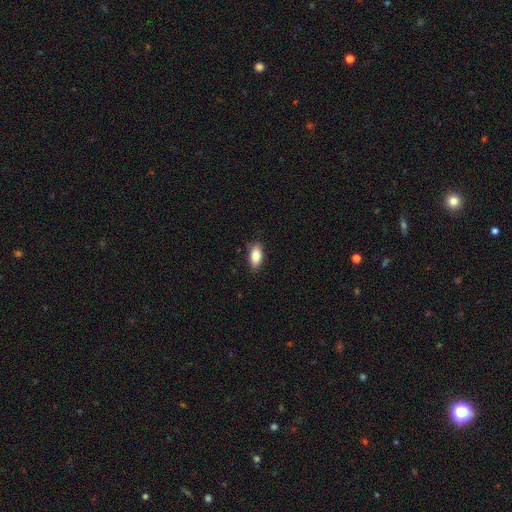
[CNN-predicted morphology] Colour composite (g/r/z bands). It shows a smooth galaxy with no disk features (85%) that is in between round and cigar-shaped (88%). Merging: none (83%).